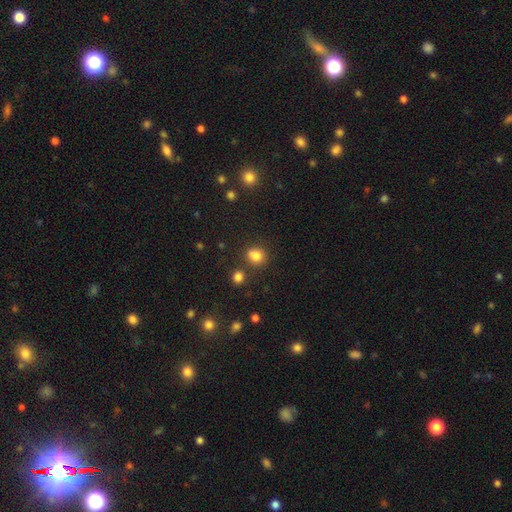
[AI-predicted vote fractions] This appears to be a smooth galaxy with no disk features (82%) that is round (72%). Merging: none (71%).